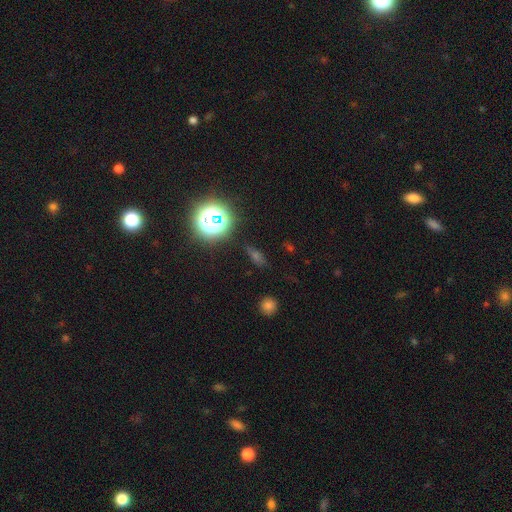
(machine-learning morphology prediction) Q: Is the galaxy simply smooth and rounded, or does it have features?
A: star or artifact — 44%.